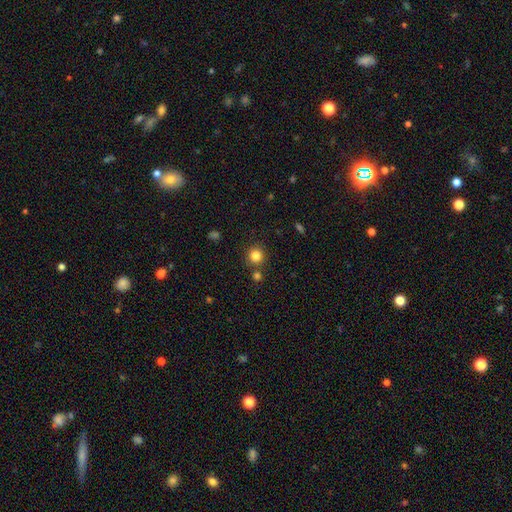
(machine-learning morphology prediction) smooth-or-featured: smooth: 83% | star or artifact: 12% | featured or disk: 5%
  how-rounded: round: 93% | in between: 6% | cigar-shaped: 1%
  merging: none: 79% | merger: 11% | minor disturbance: 7% | major disturbance: 3%